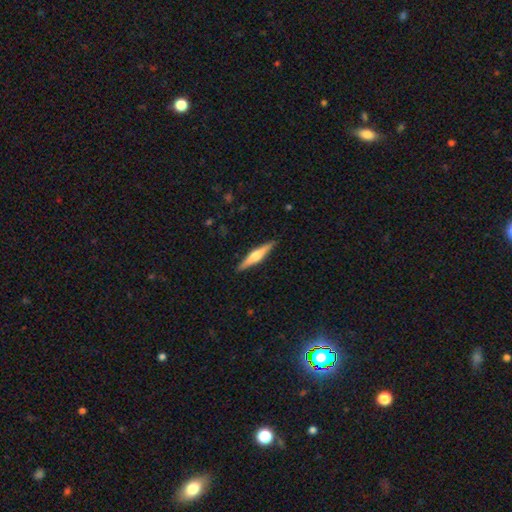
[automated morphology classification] This appears to be a featured or disk galaxy (64%) viewed edge-on (98%) with a rounded central bulge (88%). Merging: none (91%).